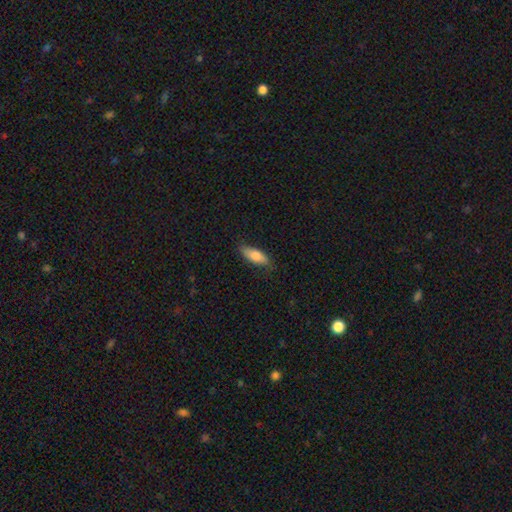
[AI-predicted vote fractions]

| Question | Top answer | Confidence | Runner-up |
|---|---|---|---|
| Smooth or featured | smooth | 79% | featured or disk (15%) |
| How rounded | in between | 71% | cigar-shaped (27%) |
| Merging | none | 80% | minor disturbance (16%) |